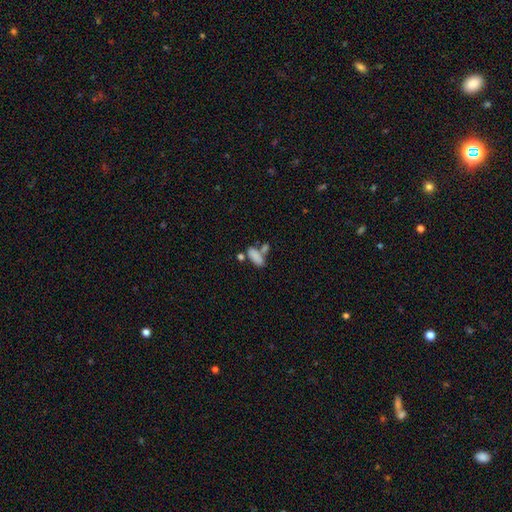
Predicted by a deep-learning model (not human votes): smooth-or-featured: smooth: 81% | featured or disk: 10% | star or artifact: 9%
  how-rounded: in between: 80% | cigar-shaped: 17% | round: 4%
  merging: none: 41% | merger: 39% | minor disturbance: 13% | major disturbance: 7%